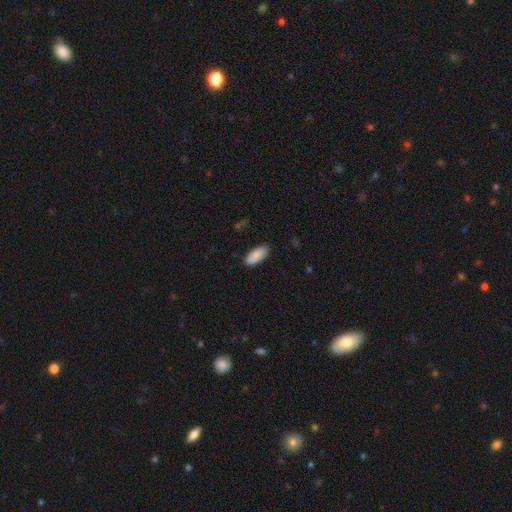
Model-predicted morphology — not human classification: This is clearly a smooth galaxy (89%). How rounded: clearly in between (87%). Merging: clearly none (87%).